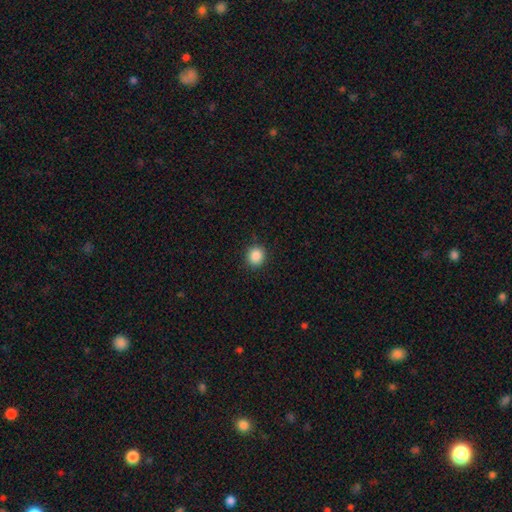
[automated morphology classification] smooth_or_featured: smooth (p=0.87) [alt: star or artifact p=0.10]
how_rounded: round (p=0.88) [alt: in between p=0.11]
merging: none (p=0.90) [alt: minor disturbance p=0.07]